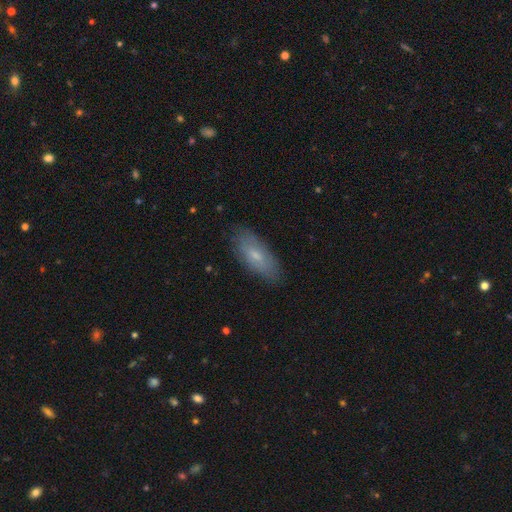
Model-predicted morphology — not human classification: This is likely a smooth galaxy (63%). How rounded: likely in between (75%). Merging: clearly none (81%).